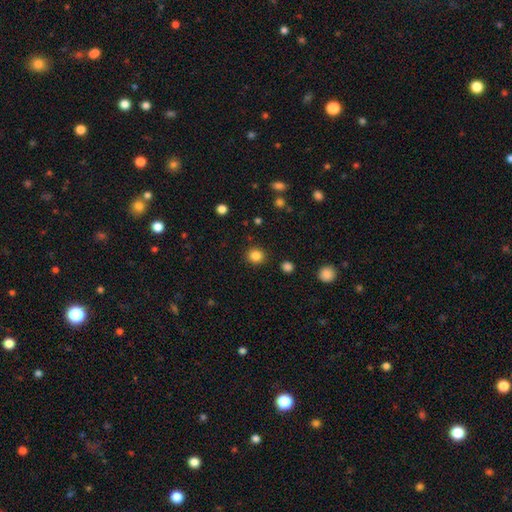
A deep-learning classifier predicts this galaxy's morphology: A smooth galaxy with no disk features (85%) that is round (90%).

Vote fractions:
- Smooth or featured? smooth: 85% / star or artifact: 11% / featured or disk: 4%
- How rounded? round: 90% / in between: 9% / cigar-shaped: 1%
- Merging? none: 91% / minor disturbance: 6% / major disturbance: 2% / merger: 1%